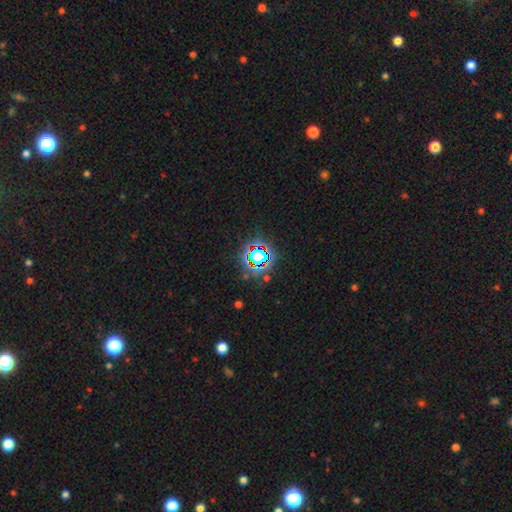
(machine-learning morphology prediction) A star or artifact, not a galaxy (65%).

Vote fractions:
- Smooth or featured? star or artifact: 65% / smooth: 22% / featured or disk: 13%